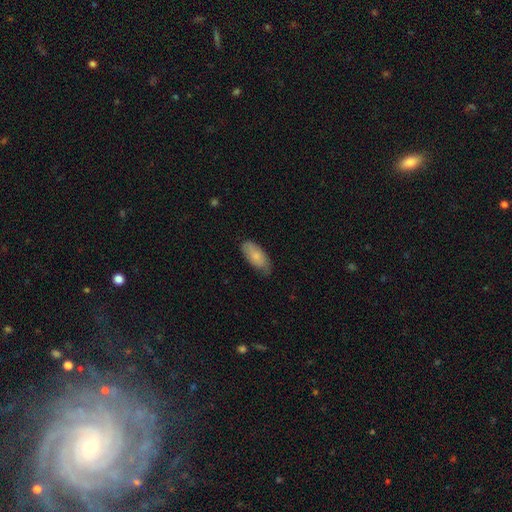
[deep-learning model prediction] Smooth or featured? Predicted: smooth (p=0.78). How rounded? Predicted: in between (p=0.86). Merging? Predicted: none (p=0.70).